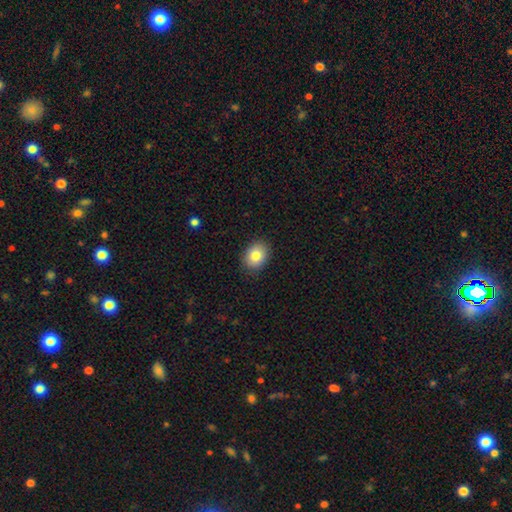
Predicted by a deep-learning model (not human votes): Smooth or featured? smooth (83%)
How rounded? in between (56%)
Merging? none (88%)